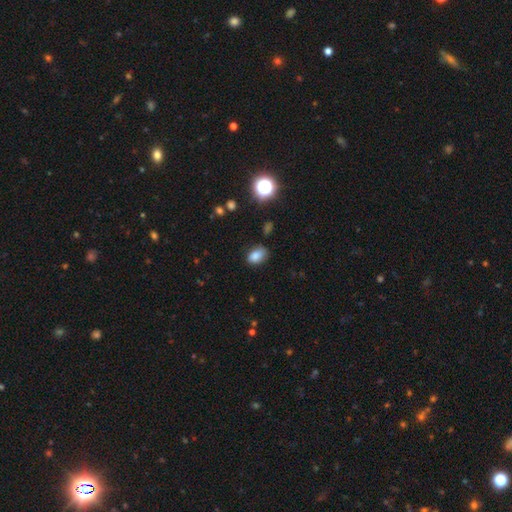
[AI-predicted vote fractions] Q: Smooth or featured?
A: smooth (82%); runner-up: star or artifact (12%)
Q: How rounded?
A: in between (86%); runner-up: round (13%)
Q: Merging?
A: none (72%); runner-up: minor disturbance (21%)